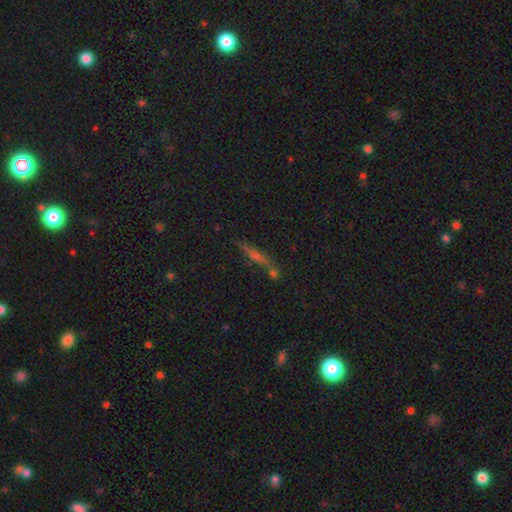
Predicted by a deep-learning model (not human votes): The model was most divided on "smooth or featured": featured or disk: 48%, smooth: 32%, star or artifact: 20%. More confident: merging — none (74%).